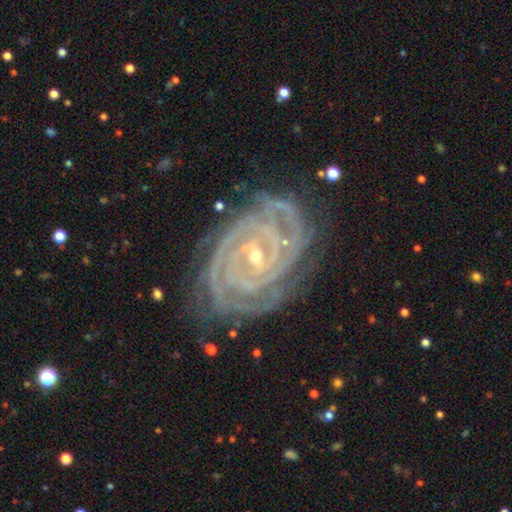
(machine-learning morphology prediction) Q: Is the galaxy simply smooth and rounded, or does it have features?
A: featured or disk — 91%.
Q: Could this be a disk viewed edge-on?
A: no — 97%.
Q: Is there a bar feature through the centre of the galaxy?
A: no — 37%.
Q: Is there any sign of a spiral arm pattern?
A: yes — 99%.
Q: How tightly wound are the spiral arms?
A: tight — 88%.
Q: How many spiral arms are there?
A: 2 — 30%.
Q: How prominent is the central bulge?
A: small — 77%.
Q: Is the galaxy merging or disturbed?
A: none — 80%.